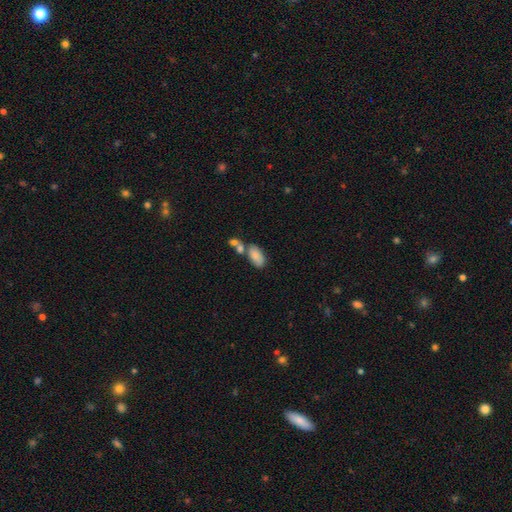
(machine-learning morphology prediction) Smooth or featured? Predicted: smooth (p=0.83). How rounded? Predicted: in between (p=0.92). Merging? Predicted: none (p=0.43).